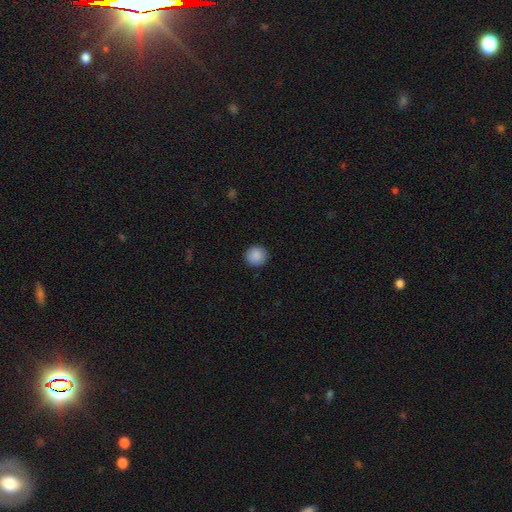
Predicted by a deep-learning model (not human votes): This appears to be a smooth galaxy with no disk features (89%) that is round (95%). Merging: none (92%).